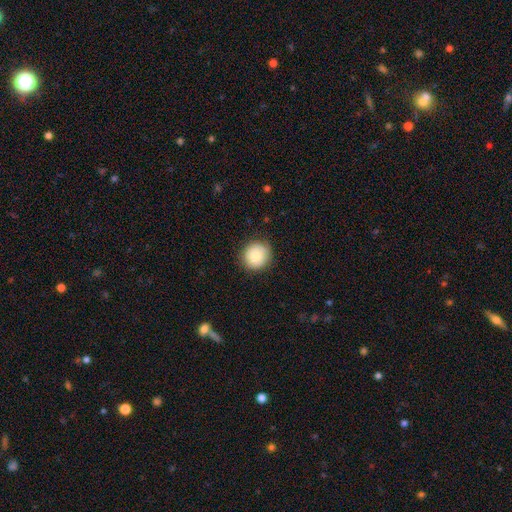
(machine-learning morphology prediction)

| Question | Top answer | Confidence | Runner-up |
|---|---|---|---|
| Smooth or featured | smooth | 83% | featured or disk (9%) |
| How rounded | round | 90% | in between (9%) |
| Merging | none | 87% | minor disturbance (10%) |